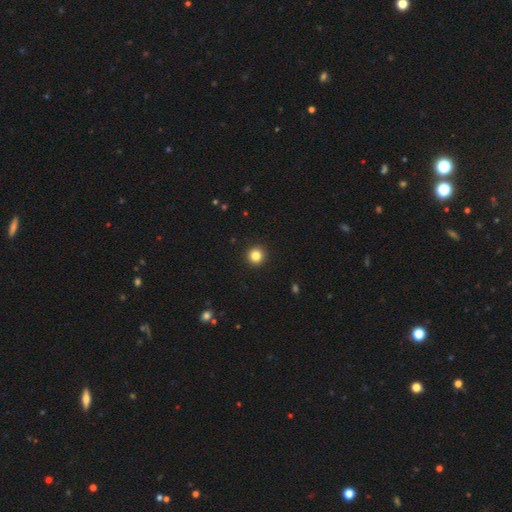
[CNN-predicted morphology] A smooth galaxy with no disk features (84%) that is round (95%). Merging: none (93%).